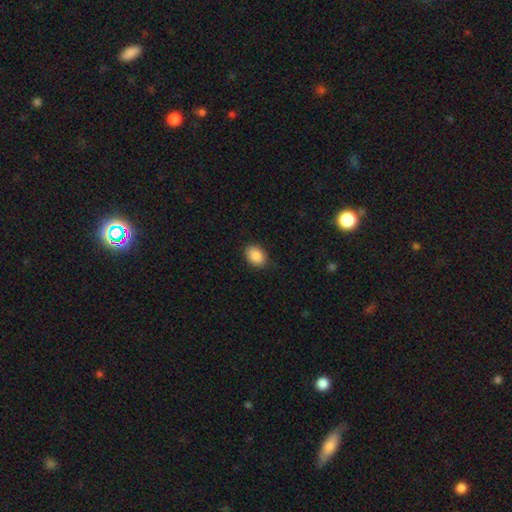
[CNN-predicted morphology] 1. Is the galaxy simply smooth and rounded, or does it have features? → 89% smooth, 7% star or artifact, 3% featured or disk.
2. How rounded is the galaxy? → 76% in between, 23% round, 1% cigar-shaped.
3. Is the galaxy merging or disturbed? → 87% none, 10% minor disturbance, 2% major disturbance, 1% merger.